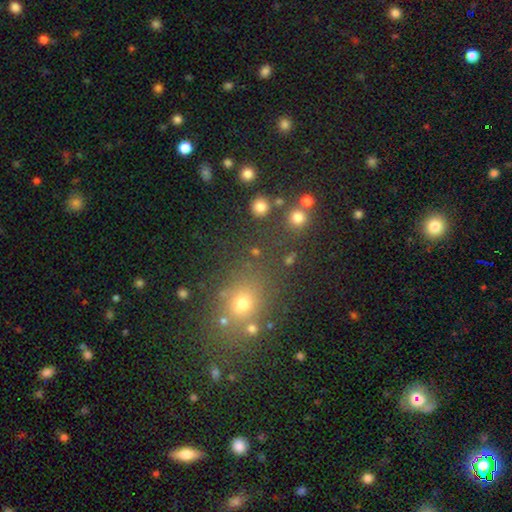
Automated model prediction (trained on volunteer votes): A smooth galaxy with no disk features (54%) that is round (62%). Merging: none (76%).